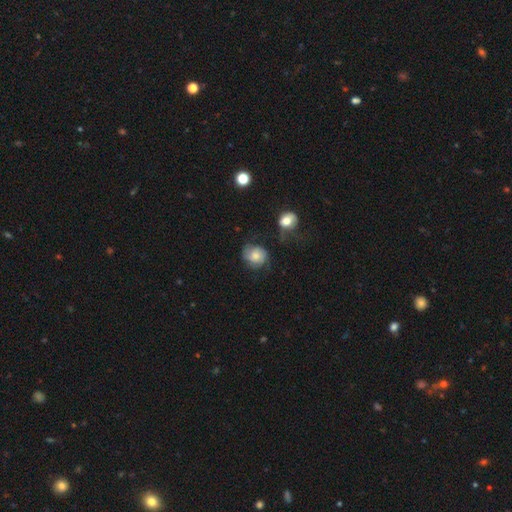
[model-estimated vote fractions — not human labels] The model was most divided on "smooth or featured": smooth: 51%, featured or disk: 40%, star or artifact: 9%. More confident: how rounded — round (73%); merging — none (54%).